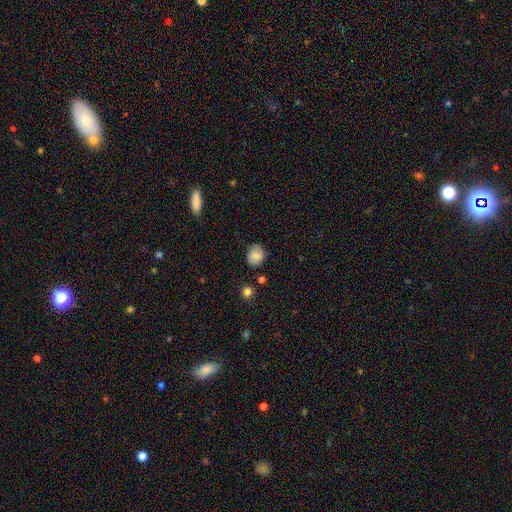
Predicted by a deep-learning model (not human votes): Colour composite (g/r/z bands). It shows a smooth galaxy with no disk features (84%) that is round (61%). Merging: none (76%).